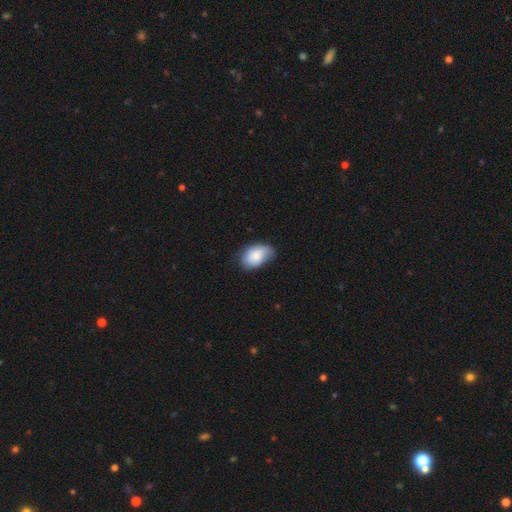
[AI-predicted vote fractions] smooth_or_featured: smooth (p=0.81) [alt: featured or disk p=0.12]
how_rounded: in between (p=0.88) [alt: round p=0.11]
merging: none (p=0.54) [alt: minor disturbance p=0.36]